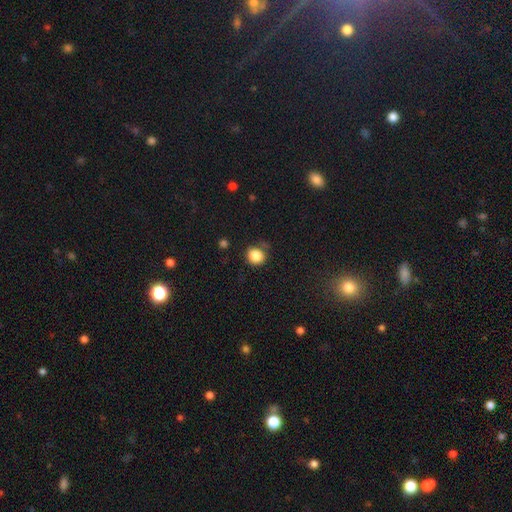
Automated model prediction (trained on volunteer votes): The model was most divided on "merging": none: 72%, minor disturbance: 19%, major disturbance: 5%, merger: 4%. More confident: smooth or featured — smooth (86%); how rounded — round (78%).